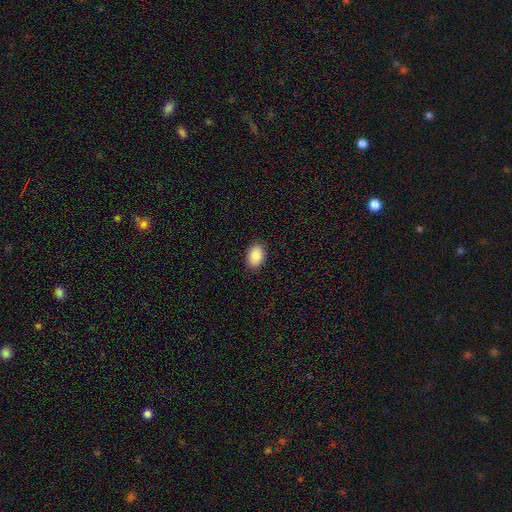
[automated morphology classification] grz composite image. It shows a smooth galaxy with no disk features (89%) that is in between round and cigar-shaped (85%). Merging: none (90%).